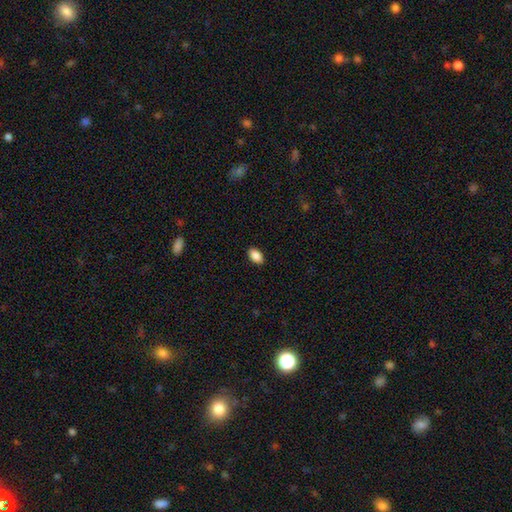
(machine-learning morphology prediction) Smooth or featured? Predicted: smooth (p=0.89). How rounded? Predicted: in between (p=0.92). Merging? Predicted: none (p=0.90).